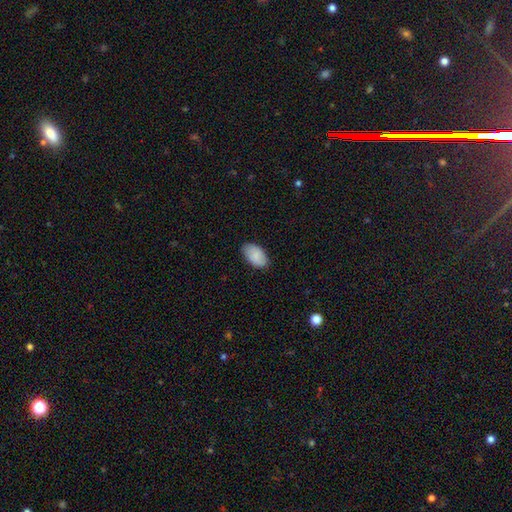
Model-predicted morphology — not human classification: The model was most divided on "merging": none: 82%, minor disturbance: 14%, major disturbance: 2%, merger: 1%. More confident: how rounded — in between (95%); smooth or featured — smooth (87%).